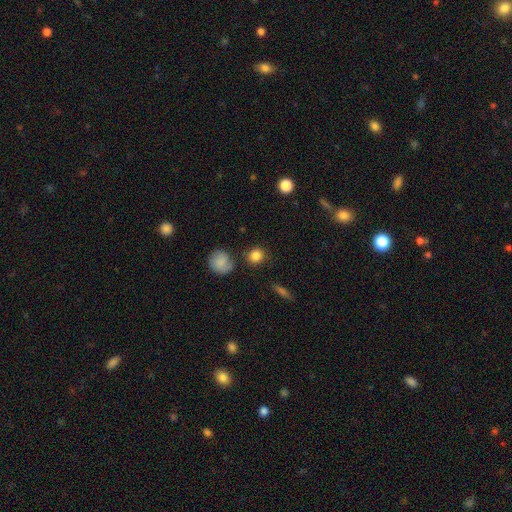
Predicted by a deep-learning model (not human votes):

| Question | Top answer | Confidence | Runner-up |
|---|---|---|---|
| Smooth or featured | smooth | 85% | star or artifact (10%) |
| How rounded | round | 86% | in between (13%) |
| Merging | none | 80% | minor disturbance (11%) |